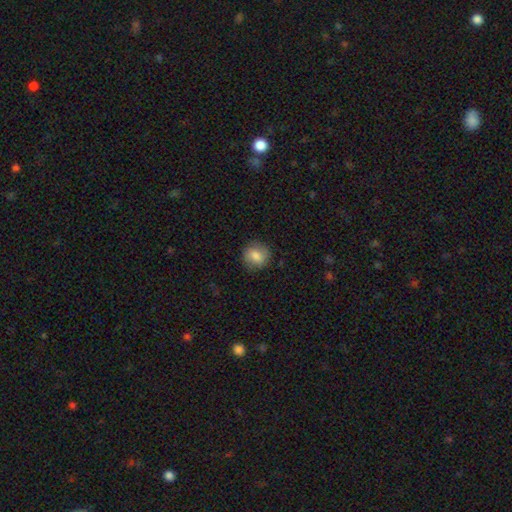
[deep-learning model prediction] smooth_or_featured: smooth (p=0.78) [alt: featured or disk p=0.14]
how_rounded: round (p=0.84) [alt: in between p=0.15]
merging: none (p=0.83) [alt: minor disturbance p=0.13]